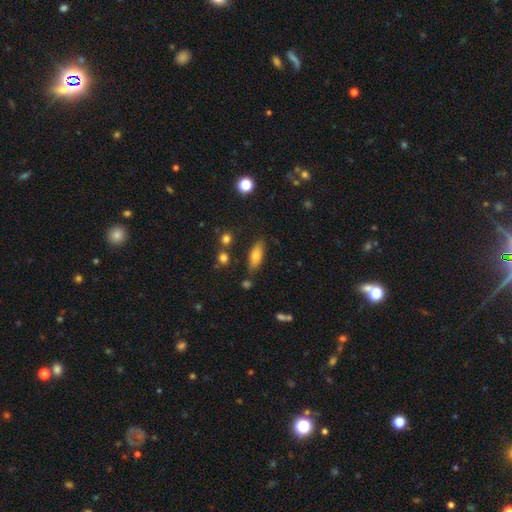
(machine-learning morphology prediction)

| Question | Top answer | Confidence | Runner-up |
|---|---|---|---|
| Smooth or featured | smooth | 74% | featured or disk (18%) |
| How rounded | in between | 74% | cigar-shaped (23%) |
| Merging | none | 76% | minor disturbance (15%) |